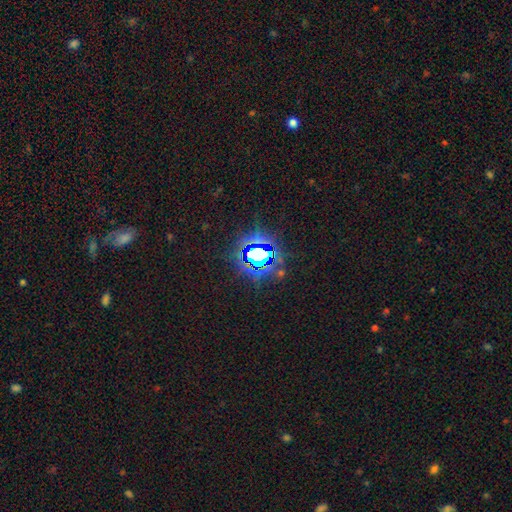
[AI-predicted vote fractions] Smooth or featured?
  - star or artifact: 78% *
  - smooth: 12%
  - featured or disk: 11%